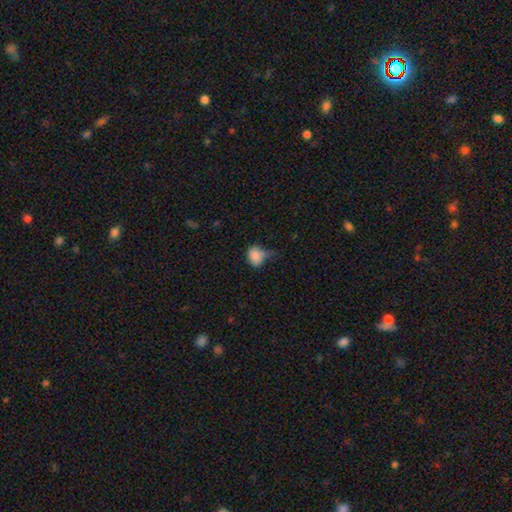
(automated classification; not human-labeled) Morphology: type=smooth (82%); roundness=in between (60%); merging=minor disturbance (40%).